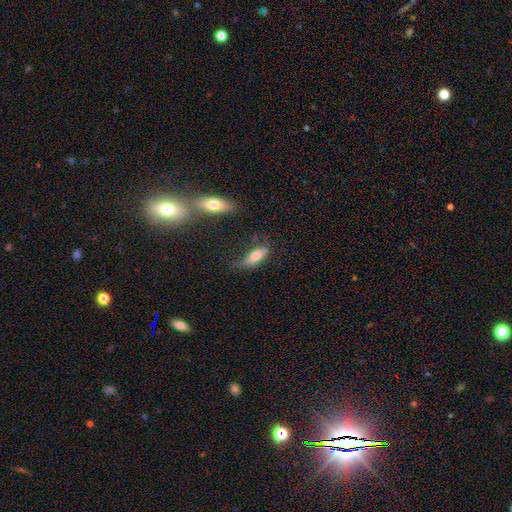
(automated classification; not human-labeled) Smooth or featured? Predicted: smooth (p=0.72). How rounded? Predicted: in between (p=0.58). Merging? Predicted: none (p=0.48).